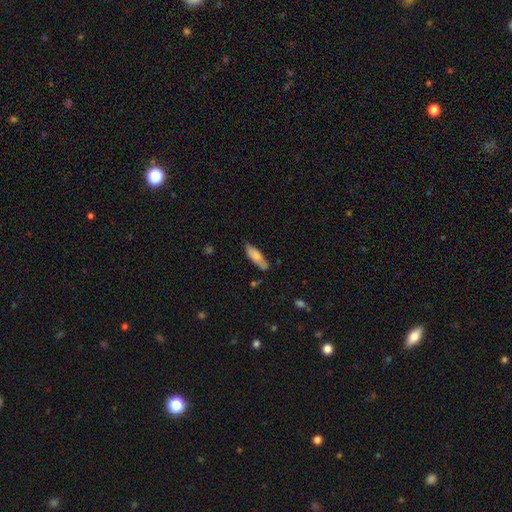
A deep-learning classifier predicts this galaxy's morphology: Q: Smooth or featured?
A: smooth (75%); runner-up: featured or disk (18%)
Q: How rounded?
A: in between (59%); runner-up: cigar-shaped (40%)
Q: Merging?
A: none (73%); runner-up: minor disturbance (21%)